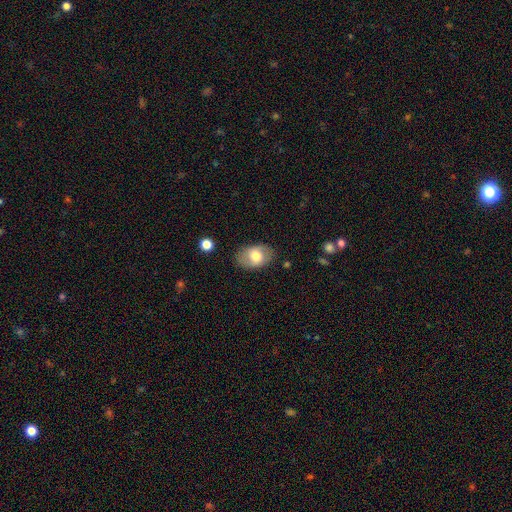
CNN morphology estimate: Smooth or featured? Predicted: smooth (p=0.68). How rounded? Predicted: in between (p=0.86). Merging? Predicted: none (p=0.82).